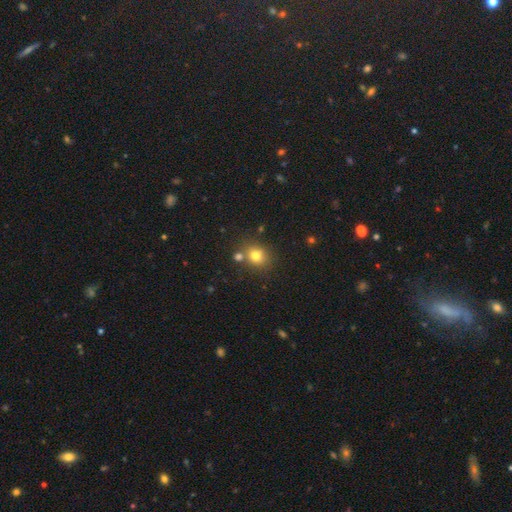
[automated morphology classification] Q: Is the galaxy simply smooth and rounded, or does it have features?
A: smooth — 77%.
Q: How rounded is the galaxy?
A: round — 73%.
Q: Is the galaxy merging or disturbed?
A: none — 70%.